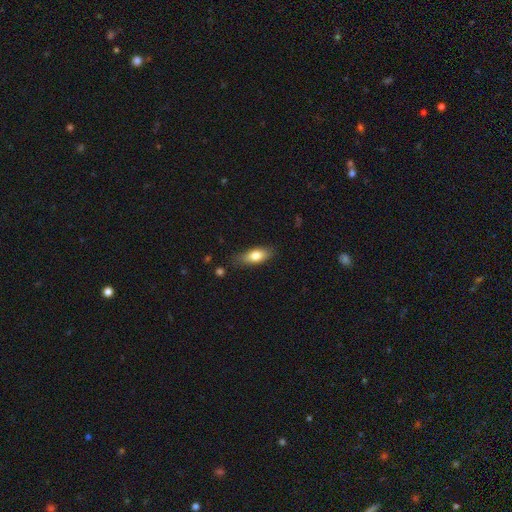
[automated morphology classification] smooth-or-featured: smooth: 75% | featured or disk: 18% | star or artifact: 7%
  how-rounded: in between: 76% | cigar-shaped: 20% | round: 4%
  merging: none: 80% | minor disturbance: 15% | major disturbance: 3% | merger: 2%